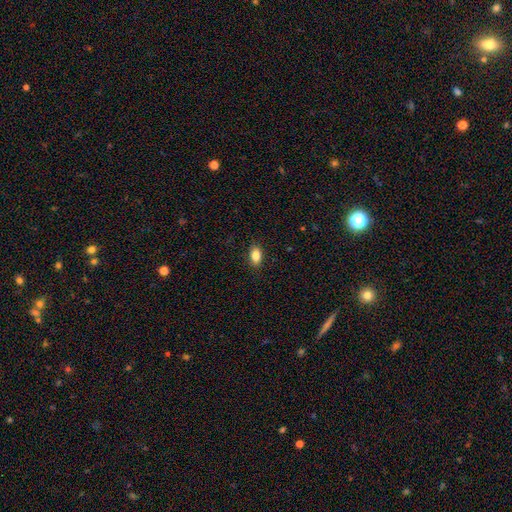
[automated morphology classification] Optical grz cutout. It shows a smooth galaxy with no disk features (85%) that is in between round and cigar-shaped (88%). Merging: none (89%).